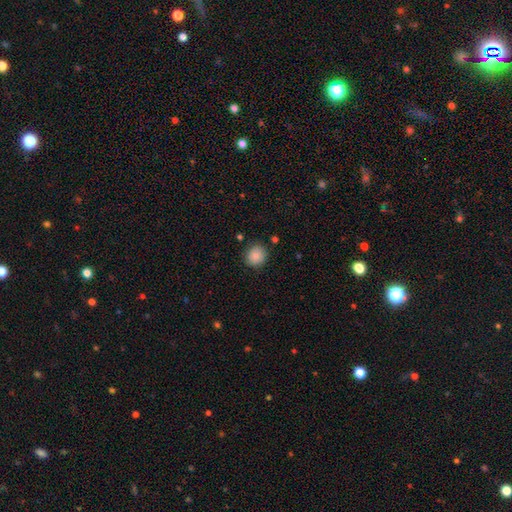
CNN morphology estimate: This is clearly a smooth galaxy (86%). How rounded: clearly round (86%). Merging: clearly none (85%).